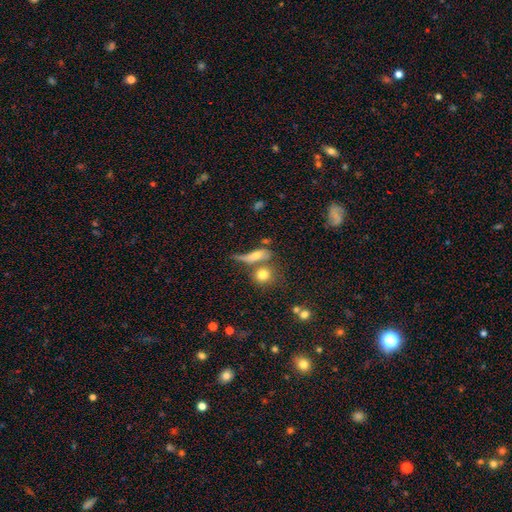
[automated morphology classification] Smooth or featured? smooth (57%)
How rounded? in between (43%)
Merging? none (36%)